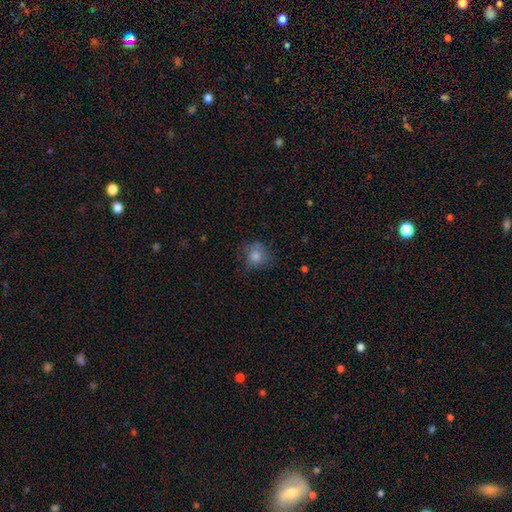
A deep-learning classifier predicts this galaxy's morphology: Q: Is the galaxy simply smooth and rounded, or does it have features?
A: smooth — 70%.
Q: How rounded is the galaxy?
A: round — 77%.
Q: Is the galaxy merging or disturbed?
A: none — 61%.